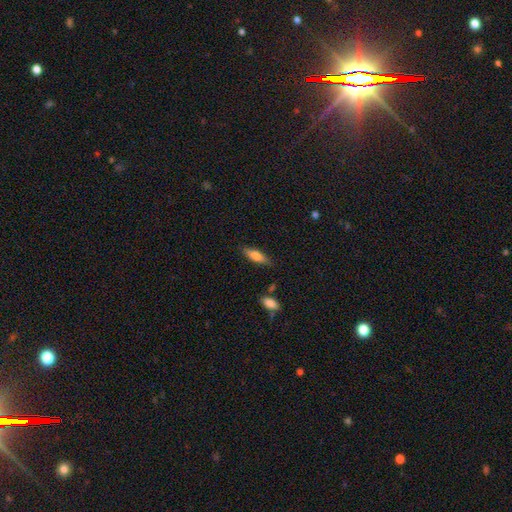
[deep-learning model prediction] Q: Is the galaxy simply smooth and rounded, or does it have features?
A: smooth — 73%.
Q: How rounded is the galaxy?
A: in between — 54%.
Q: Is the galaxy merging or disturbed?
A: none — 81%.